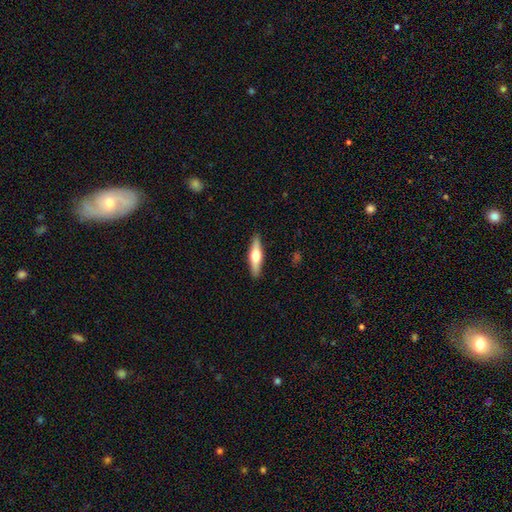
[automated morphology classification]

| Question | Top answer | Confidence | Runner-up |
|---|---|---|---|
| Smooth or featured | smooth | 49% | featured or disk (46%) |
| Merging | none | 90% | minor disturbance (7%) |